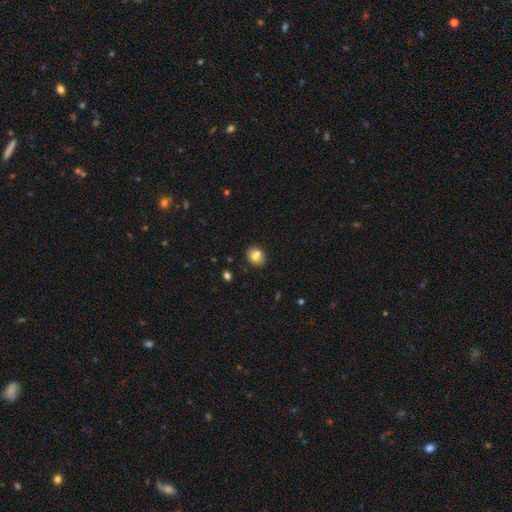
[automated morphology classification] Smooth or featured? Predicted: smooth (p=0.78). How rounded? Predicted: round (p=0.64). Merging? Predicted: none (p=0.70).